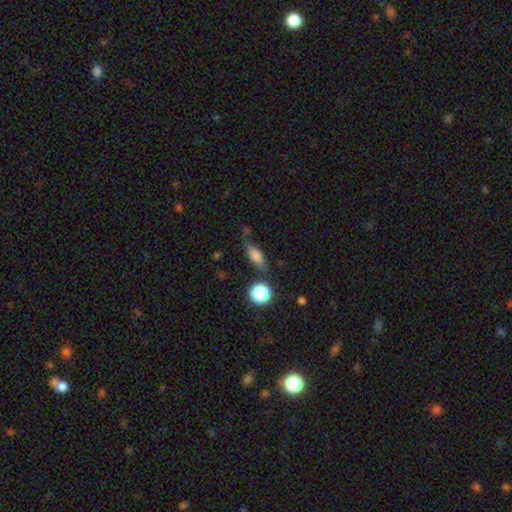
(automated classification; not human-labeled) smooth-or-featured: smooth: 72% | featured or disk: 17% | star or artifact: 12%
  how-rounded: in between: 62% | cigar-shaped: 29% | round: 9%
  merging: none: 68% | minor disturbance: 20% | major disturbance: 6% | merger: 6%